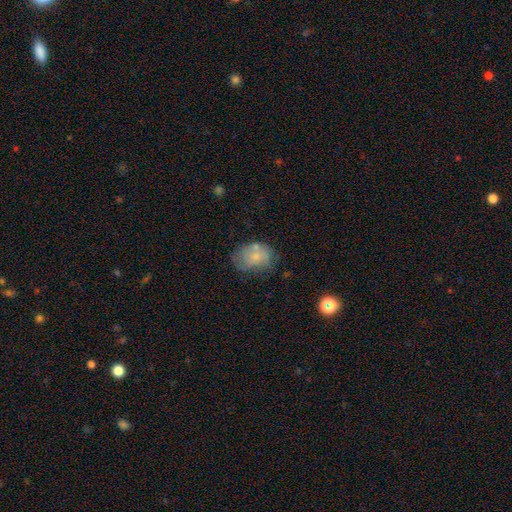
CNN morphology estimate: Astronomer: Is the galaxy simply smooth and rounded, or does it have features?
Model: smooth — 56% (runner-up: featured or disk, 35%).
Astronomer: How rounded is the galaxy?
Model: in between — 73%.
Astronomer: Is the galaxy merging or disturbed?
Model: none — 46% (runner-up: minor disturbance, 30%).